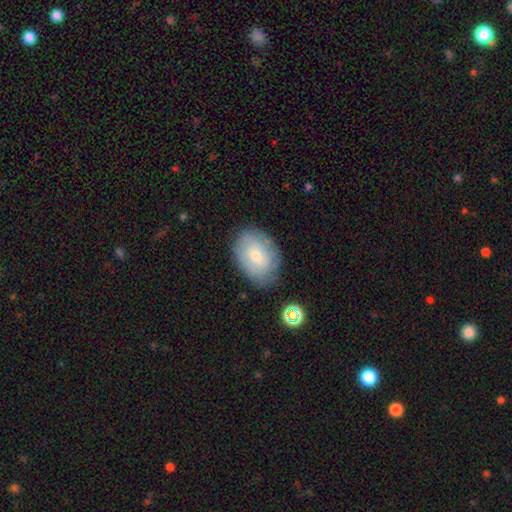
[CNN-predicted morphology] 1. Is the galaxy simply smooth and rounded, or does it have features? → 55% smooth, 36% featured or disk, 9% star or artifact.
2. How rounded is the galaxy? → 78% in between, 21% round, 1% cigar-shaped.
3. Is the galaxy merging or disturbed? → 76% none, 17% minor disturbance, 5% major disturbance, 2% merger.